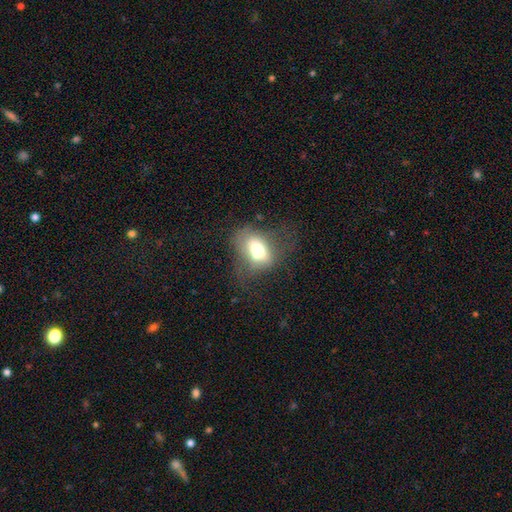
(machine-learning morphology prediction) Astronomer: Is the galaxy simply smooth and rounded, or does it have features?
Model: smooth — 63%.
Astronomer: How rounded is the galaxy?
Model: in between — 80%.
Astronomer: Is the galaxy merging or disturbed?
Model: none — 39% (runner-up: major disturbance, 27%).